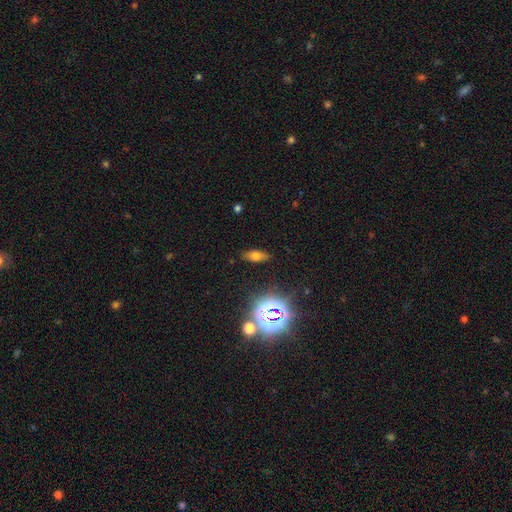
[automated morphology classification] Smooth or featured: smooth — 60% (star or artifact — 22%)
How rounded: in between — 70% (cigar-shaped — 22%)
Merging: none — 86% (minor disturbance — 10%)